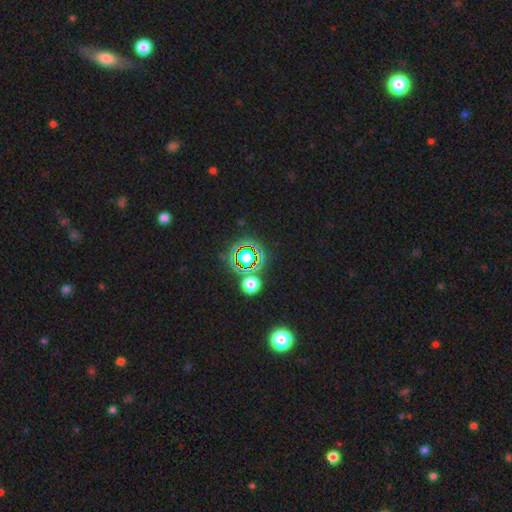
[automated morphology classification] A star or artifact, not a galaxy (77%).

Vote fractions:
- Smooth or featured? star or artifact: 77% / smooth: 15% / featured or disk: 8%